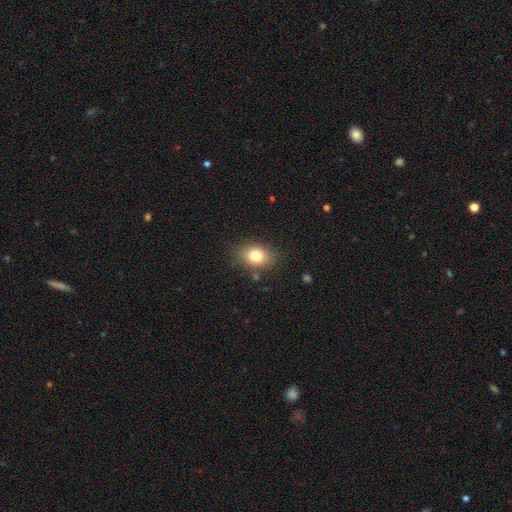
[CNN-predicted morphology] Q: Smooth or featured?
A: smooth (79%); runner-up: star or artifact (11%)
Q: How rounded?
A: in between (63%); runner-up: round (36%)
Q: Merging?
A: none (82%); runner-up: minor disturbance (12%)